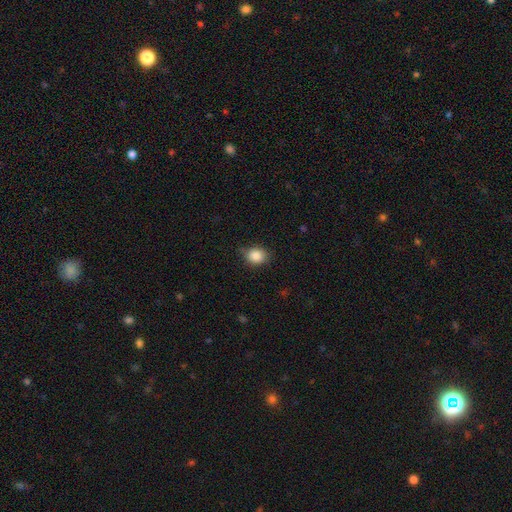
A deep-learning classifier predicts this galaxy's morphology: Smooth or featured? smooth (86%)
How rounded? round (60%)
Merging? none (76%)